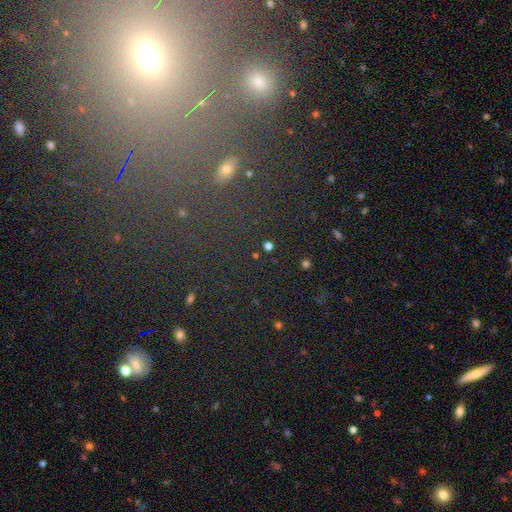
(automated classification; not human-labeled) A star or artifact, not a galaxy (57%).

Vote fractions:
- Smooth or featured? star or artifact: 57% / smooth: 29% / featured or disk: 14%